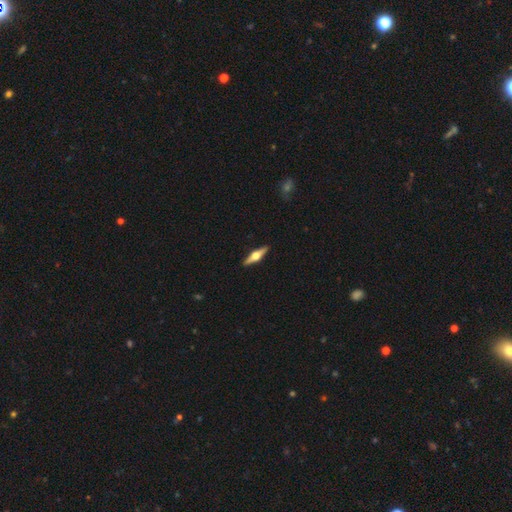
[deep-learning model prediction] Overall: featured or disk (71%). Edge-on disk: yes (97%). Edge-on bulge: rounded (95%). Merging: none (91%).